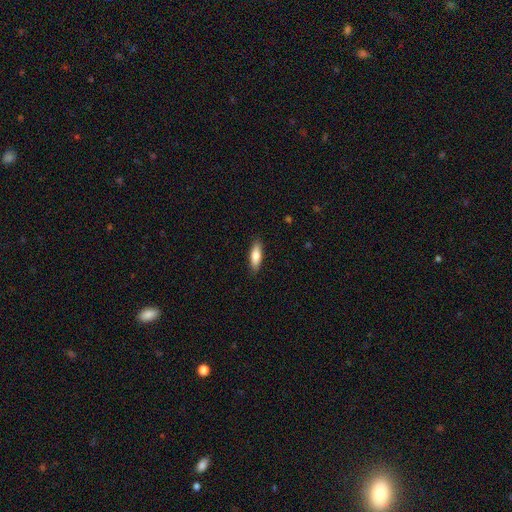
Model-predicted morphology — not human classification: This appears to be a smooth galaxy with no disk features (81%) that is in between round and cigar-shaped (52%). Merging: none (88%).